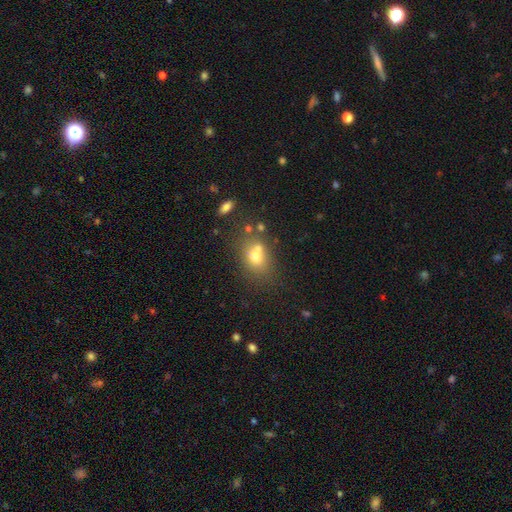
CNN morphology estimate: Smooth or featured? smooth (64%)
How rounded? in between (52%)
Merging? none (46%)